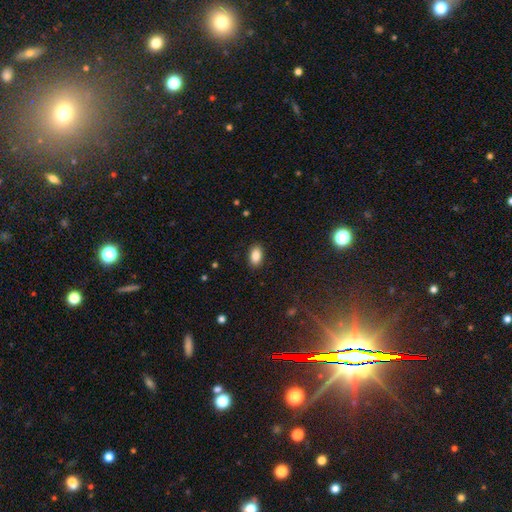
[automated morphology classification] Smooth or featured? Predicted: smooth (p=0.86). How rounded? Predicted: in between (p=0.91). Merging? Predicted: none (p=0.89).